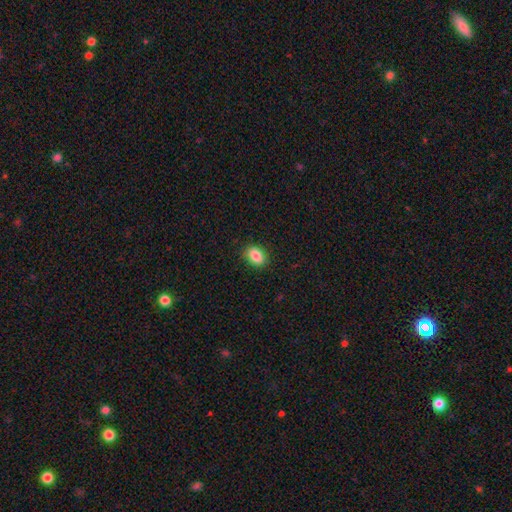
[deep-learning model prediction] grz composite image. It shows a smooth galaxy with no disk features (87%) that is in between round and cigar-shaped (80%). Merging: none (89%).